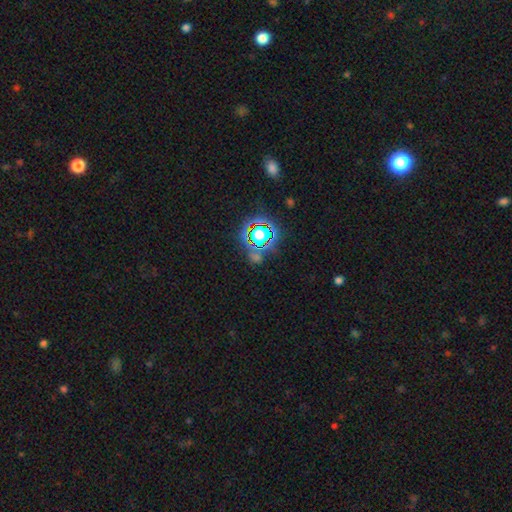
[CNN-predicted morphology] Smooth or featured? star or artifact (73%)